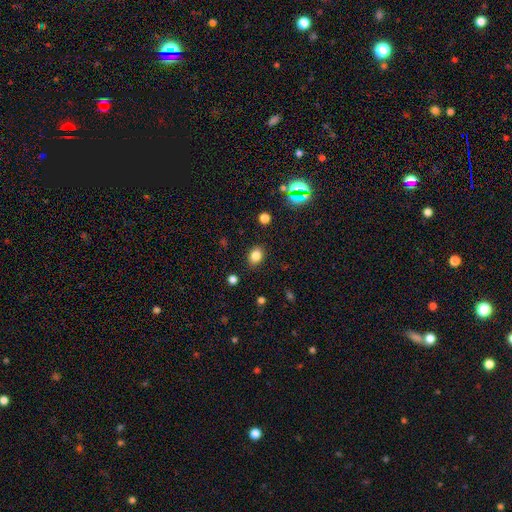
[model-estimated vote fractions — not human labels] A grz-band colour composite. It shows a smooth galaxy with no disk features (83%) that is in between round and cigar-shaped (63%). Merging: none (87%).